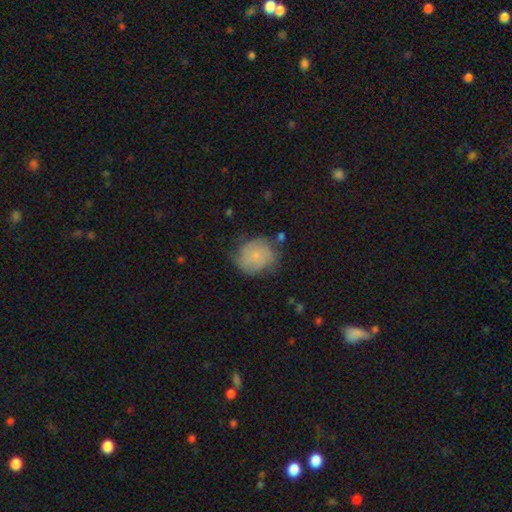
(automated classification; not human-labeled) Overall: smooth (59%; featured or disk 33%). How rounded: round (77%). Merging: none (59%; minor disturbance 28%).